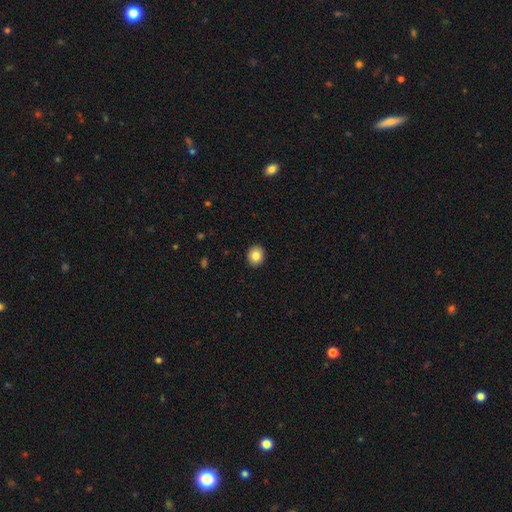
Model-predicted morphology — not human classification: A smooth galaxy with no disk features (85%) that is round (79%).

Vote fractions:
- Smooth or featured? smooth: 85% / star or artifact: 9% / featured or disk: 7%
- How rounded? round: 79% / in between: 21% / cigar-shaped: 1%
- Merging? none: 92% / minor disturbance: 6% / major disturbance: 2% / merger: 1%